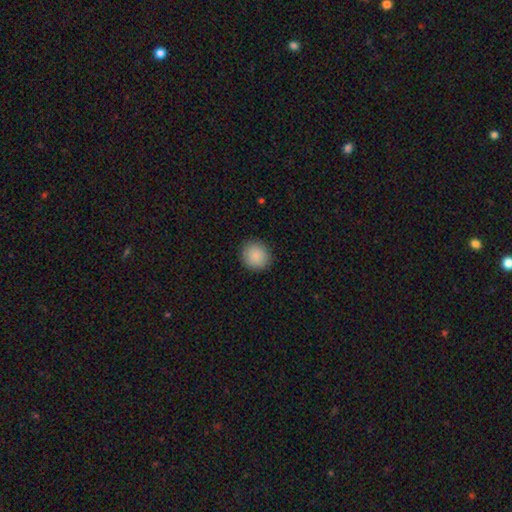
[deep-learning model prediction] The model was most divided on "how rounded": round: 90%, in between: 9%, cigar-shaped: 1%. More confident: merging — none (91%); smooth or featured — smooth (88%).